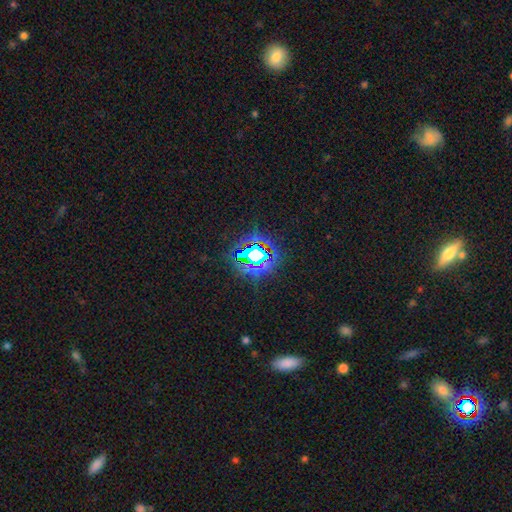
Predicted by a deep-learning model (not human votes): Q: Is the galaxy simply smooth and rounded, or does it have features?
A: star or artifact — 72%.